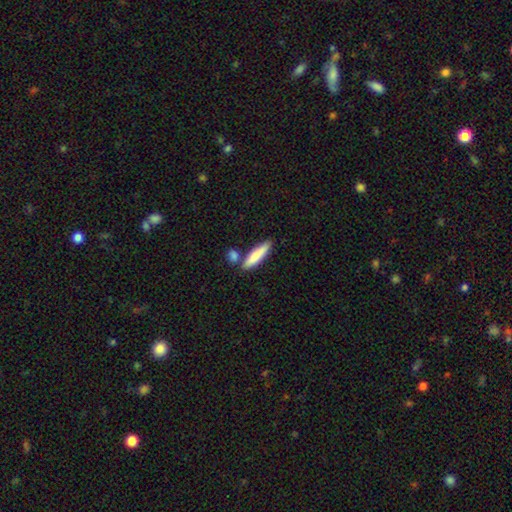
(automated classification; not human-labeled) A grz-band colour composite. It shows a smooth galaxy with no disk features (77%) that is cigar-shaped (78%). Merging: none (71%).